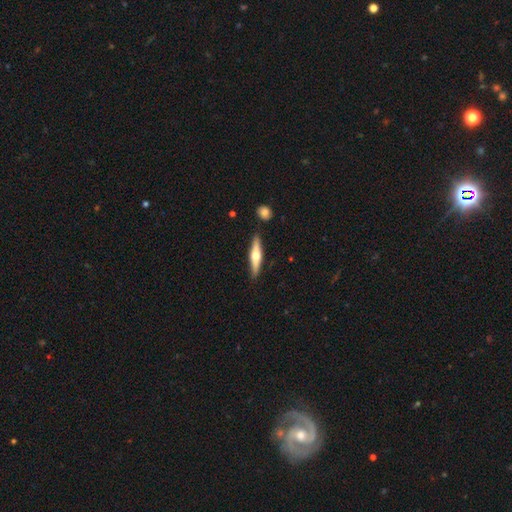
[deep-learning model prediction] Smooth or featured?
  - featured or disk: 58% *
  - smooth: 37%
  - star or artifact: 5%
Edge-on disk?
  - yes: 95% *
  - no: 5%
Edge-on bulge?
  - rounded: 93% *
  - boxy: 4%
  - none: 3%
Merging?
  - none: 87% *
  - minor disturbance: 9%
  - merger: 3%
  - major disturbance: 2%